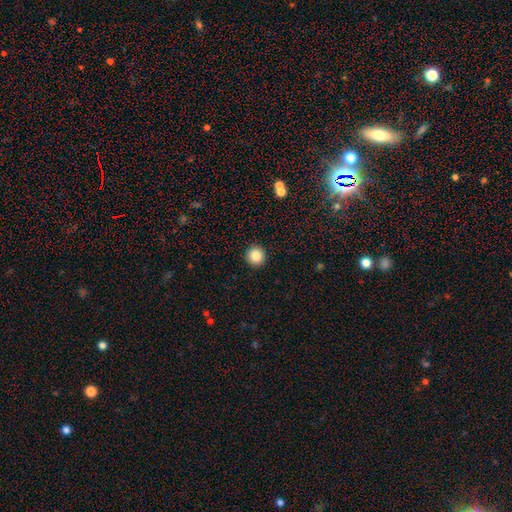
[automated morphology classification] smooth 83%, star or artifact 10%, featured or disk 6%. Down the decision tree: how rounded — round (96%); merging — none (93%).